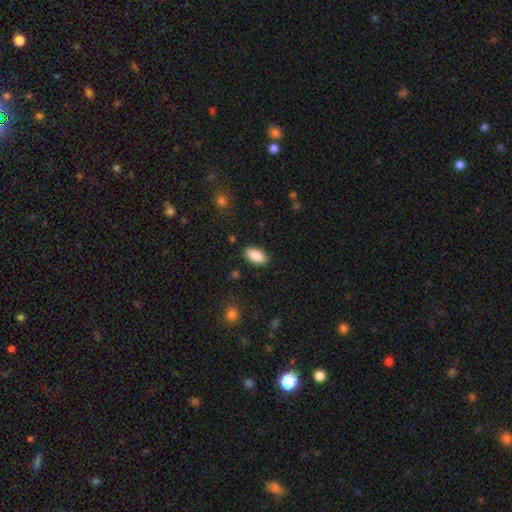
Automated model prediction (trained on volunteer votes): smooth 89%, star or artifact 7%, featured or disk 5%. Down the decision tree: how rounded — in between (94%); merging — none (88%).